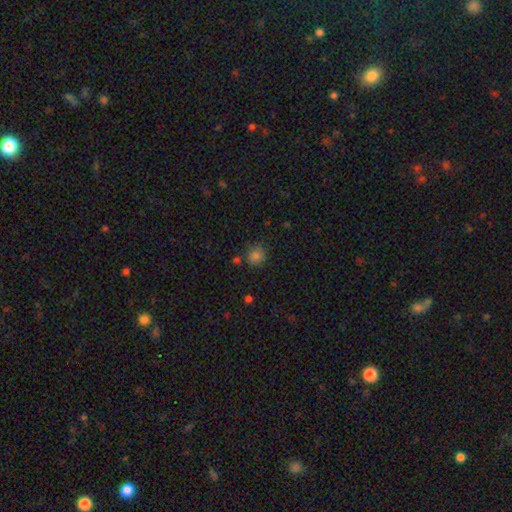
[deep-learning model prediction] The model was most divided on "merging": none: 75%, minor disturbance: 15%, merger: 7%, major disturbance: 4%. More confident: smooth or featured — smooth (81%); how rounded — round (80%).